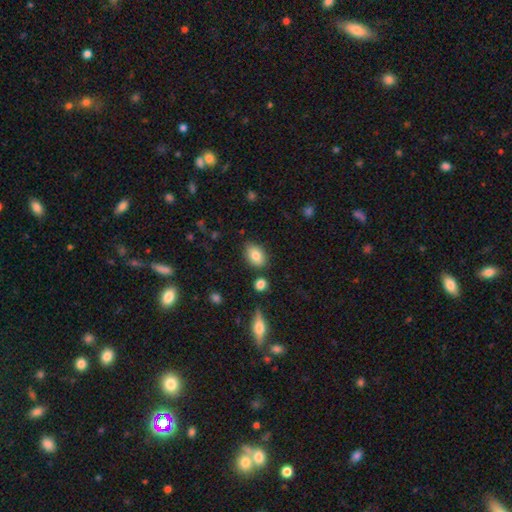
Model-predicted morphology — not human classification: smooth_or_featured: smooth (p=0.82) [alt: featured or disk p=0.09]
how_rounded: in between (p=0.83) [alt: round p=0.15]
merging: none (p=0.80) [alt: minor disturbance p=0.13]